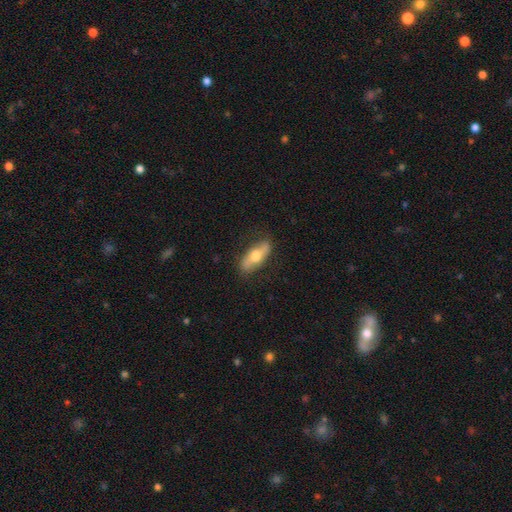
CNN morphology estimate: A smooth galaxy with no disk features (52%) that is in between round and cigar-shaped (65%). Merging: none (82%).